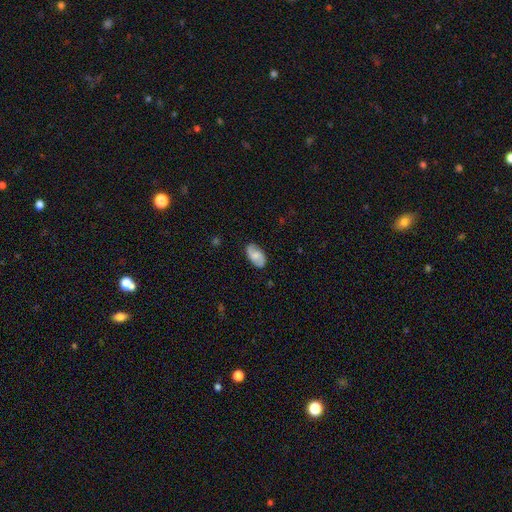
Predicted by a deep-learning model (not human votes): Smooth or featured?
  - featured or disk: 49% *
  - smooth: 44%
  - star or artifact: 7%
Merging?
  - none: 82% *
  - minor disturbance: 14%
  - major disturbance: 3%
  - merger: 1%